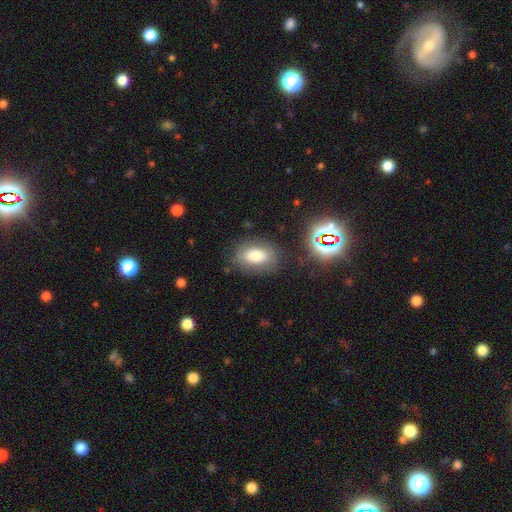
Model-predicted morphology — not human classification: Q: Smooth or featured?
A: smooth (71%); runner-up: featured or disk (17%)
Q: How rounded?
A: in between (81%); runner-up: round (17%)
Q: Merging?
A: none (77%); runner-up: minor disturbance (14%)